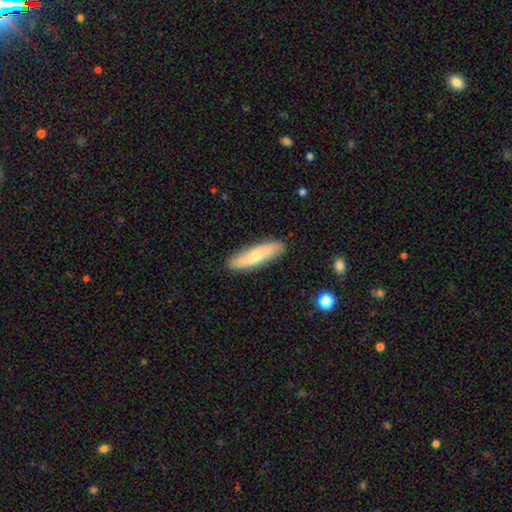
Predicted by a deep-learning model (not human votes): Q: Smooth or featured?
A: smooth (58%); runner-up: featured or disk (36%)
Q: How rounded?
A: cigar-shaped (65%); runner-up: in between (33%)
Q: Merging?
A: none (87%); runner-up: minor disturbance (10%)